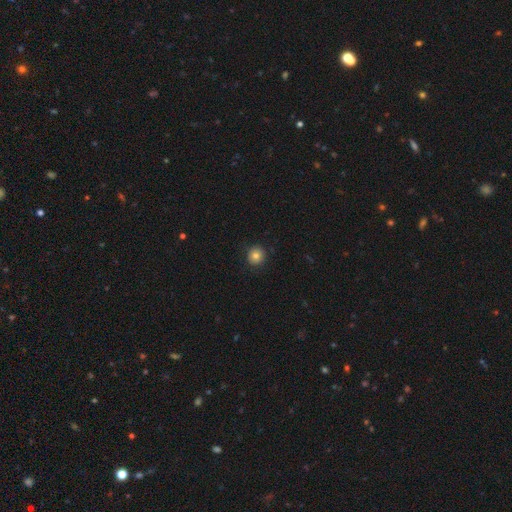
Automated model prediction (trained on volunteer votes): smooth-or-featured: smooth: 80% | star or artifact: 11% | featured or disk: 9%
  how-rounded: round: 93% | in between: 6% | cigar-shaped: 1%
  merging: none: 89% | minor disturbance: 8% | major disturbance: 2% | merger: 1%